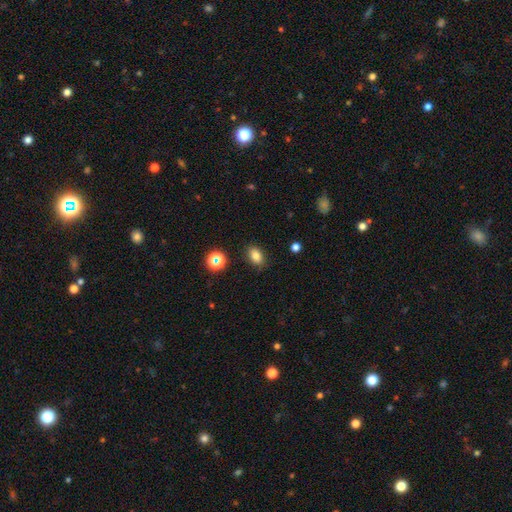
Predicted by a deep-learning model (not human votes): Smooth or featured? smooth (81%)
How rounded? in between (78%)
Merging? none (85%)